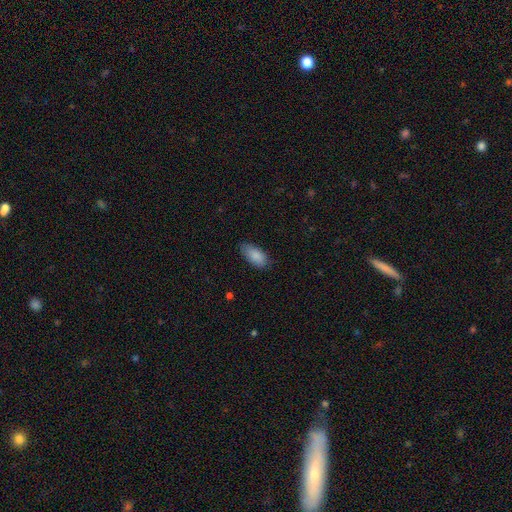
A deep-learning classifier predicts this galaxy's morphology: Overall: smooth (88%). How rounded: in between (91%). Merging: none (78%).